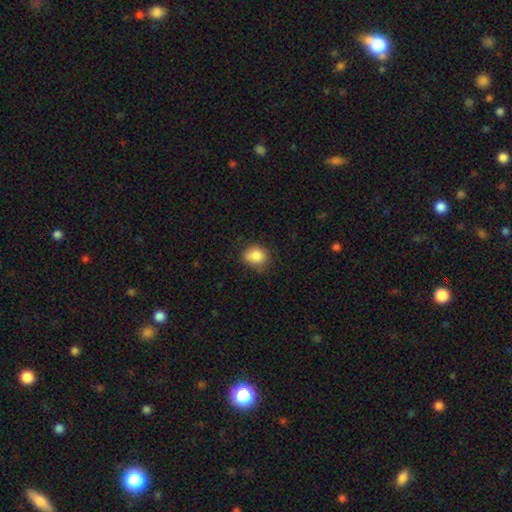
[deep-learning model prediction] This is clearly a smooth galaxy (86%). How rounded: likely round (61%). Merging: likely none (71%).